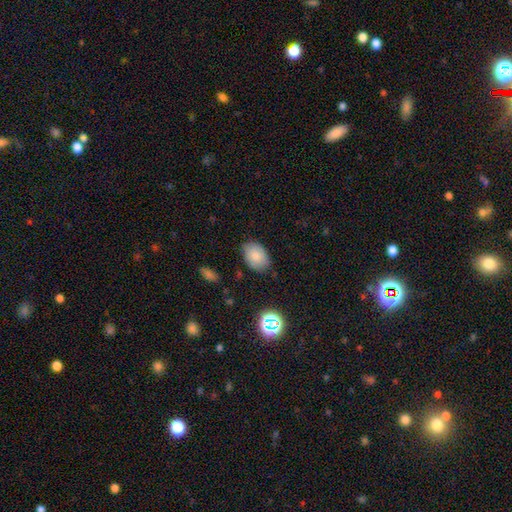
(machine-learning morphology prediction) Smooth or featured? Predicted: smooth (p=0.80). How rounded? Predicted: in between (p=0.80). Merging? Predicted: none (p=0.78).